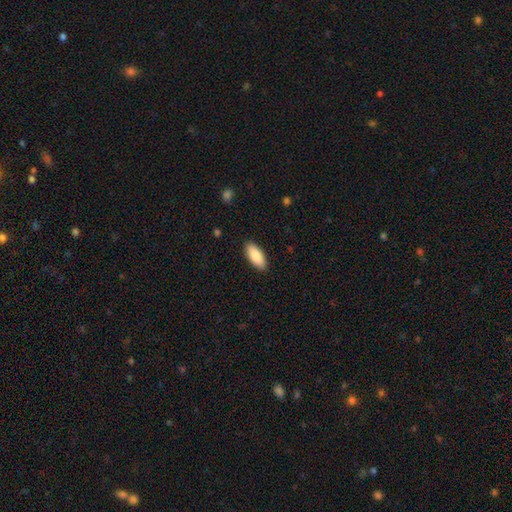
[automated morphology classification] A smooth galaxy with no disk features (86%) that is in between round and cigar-shaped (84%). Merging: none (89%).